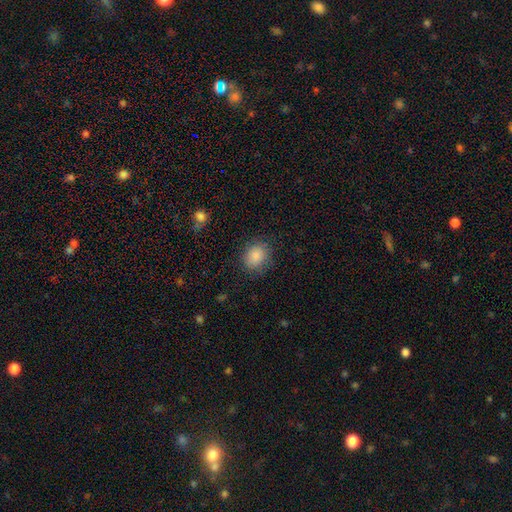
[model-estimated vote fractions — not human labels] Q: Smooth or featured?
A: smooth (85%); runner-up: star or artifact (9%)
Q: How rounded?
A: round (60%); runner-up: in between (39%)
Q: Merging?
A: none (81%); runner-up: minor disturbance (13%)